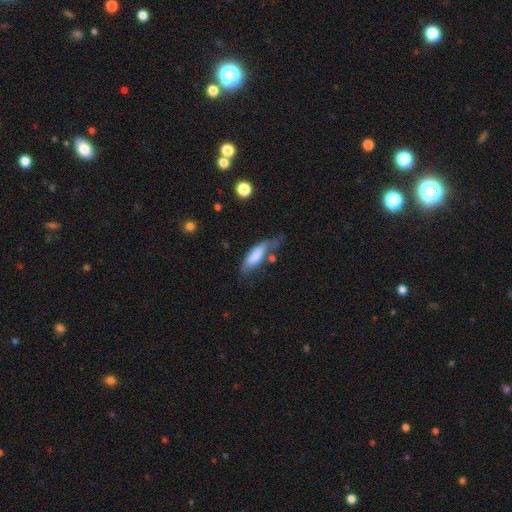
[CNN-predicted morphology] Smooth or featured?
  - smooth: 74% *
  - featured or disk: 19%
  - star or artifact: 7%
How rounded?
  - in between: 53% *
  - cigar-shaped: 45%
  - round: 2%
Merging?
  - none: 35% *
  - minor disturbance: 34%
  - major disturbance: 23%
  - merger: 9%